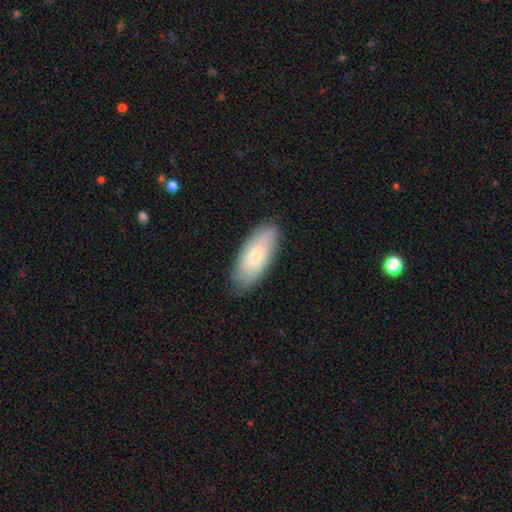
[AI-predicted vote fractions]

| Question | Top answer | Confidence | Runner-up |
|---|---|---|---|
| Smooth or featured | smooth | 61% | featured or disk (33%) |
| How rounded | in between | 83% | cigar-shaped (14%) |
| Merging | none | 80% | minor disturbance (16%) |